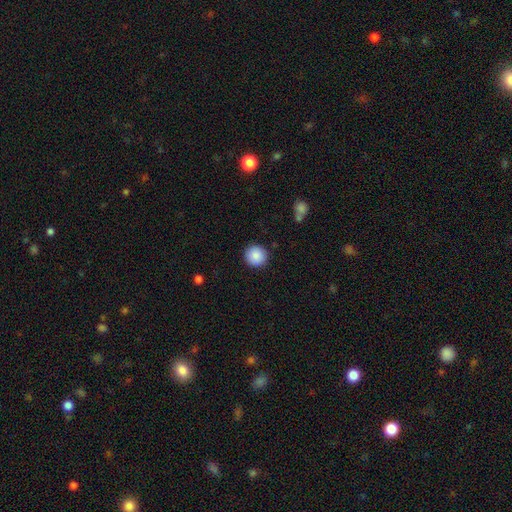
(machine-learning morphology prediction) The model was most divided on "smooth or featured": smooth: 88%, star or artifact: 8%, featured or disk: 4%. More confident: how rounded — round (95%); merging — none (91%).